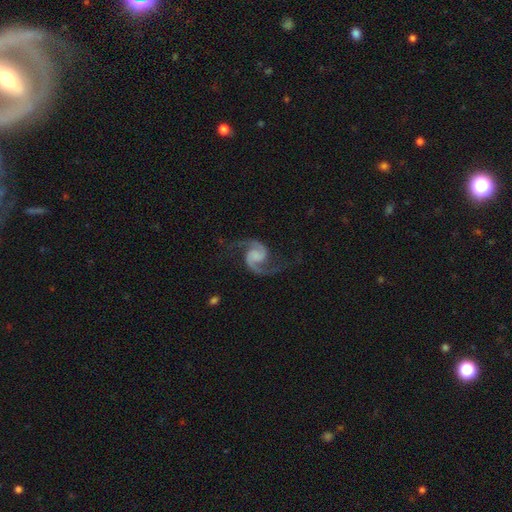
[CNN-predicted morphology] Overall: featured or disk (93%). Edge-on disk: no (99%). Bar: no (60%; weak 32%). Spiral arms: yes (99%). Spiral arm count: 2 (95%). Spiral winding: medium (50%; loose 40%). Bulge size: none (53%; small 20%). Merging: none (78%).